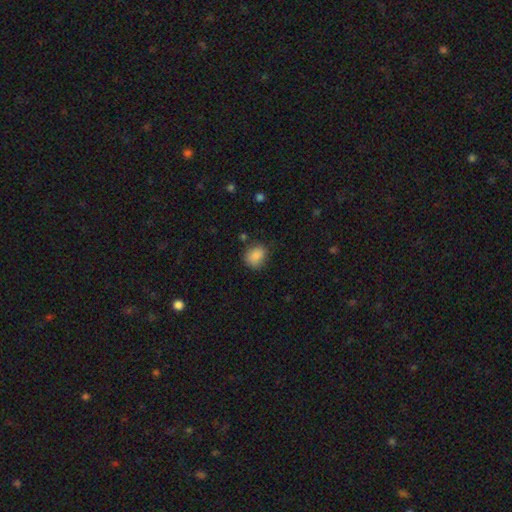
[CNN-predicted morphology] Smooth or featured? smooth (86%)
How rounded? in between (50%)
Merging? none (72%)